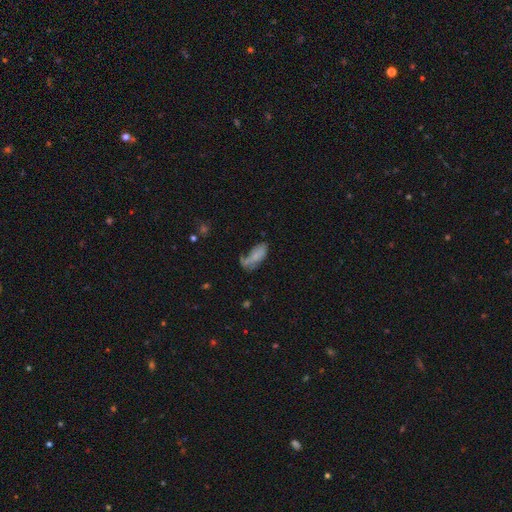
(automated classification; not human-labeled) A smooth galaxy with no disk features (72%) that is in between round and cigar-shaped (80%).

Vote fractions:
- Smooth or featured? smooth: 72% / featured or disk: 18% / star or artifact: 9%
- How rounded? in between: 80% / cigar-shaped: 17% / round: 3%
- Merging? none: 38% / minor disturbance: 29% / major disturbance: 19% / merger: 13%